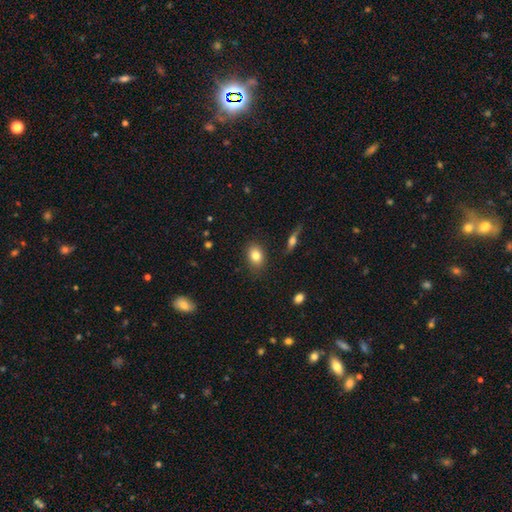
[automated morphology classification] This is clearly a smooth galaxy (81%). How rounded: likely in between (72%). Merging: clearly none (84%).